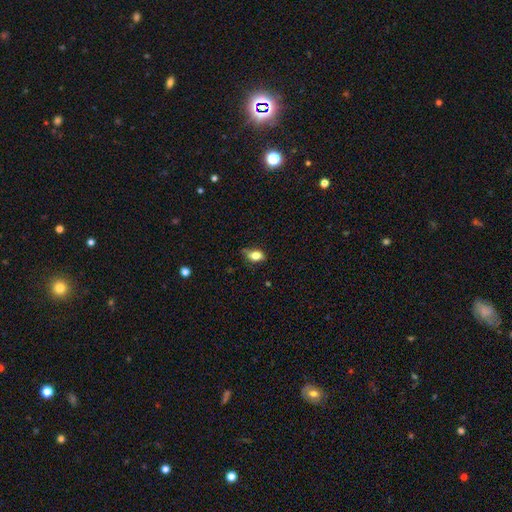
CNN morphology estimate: Smooth or featured? smooth (78%)
How rounded? in between (76%)
Merging? none (58%)